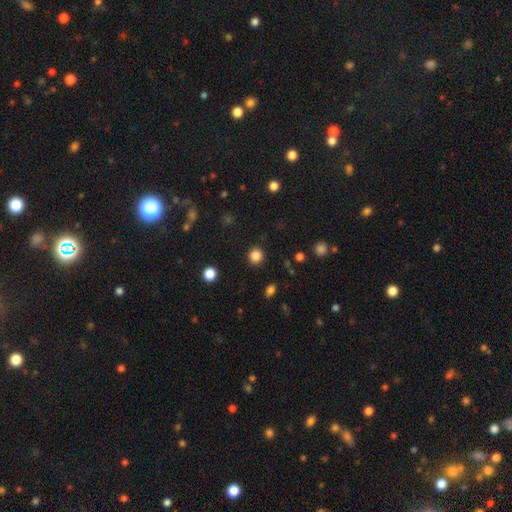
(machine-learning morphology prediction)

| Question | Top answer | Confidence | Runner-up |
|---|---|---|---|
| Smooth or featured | smooth | 84% | star or artifact (12%) |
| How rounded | round | 92% | in between (7%) |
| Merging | none | 91% | minor disturbance (5%) |